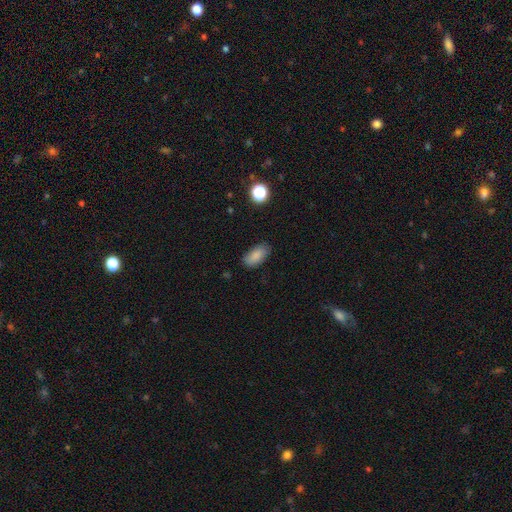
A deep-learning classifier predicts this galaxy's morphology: type=smooth (86%); roundness=in between (92%); merging=none (84%).